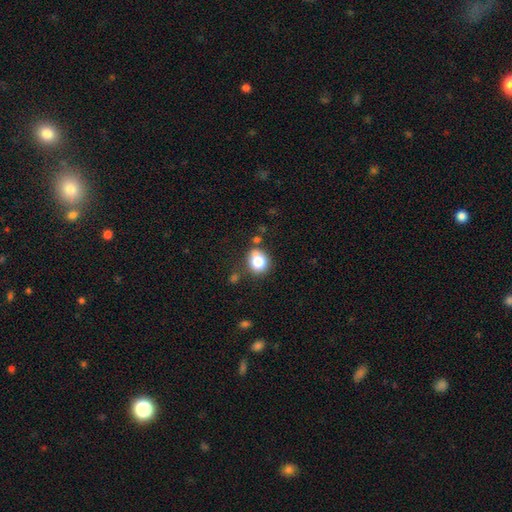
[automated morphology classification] smooth_or_featured: smooth (p=0.77) [alt: featured or disk p=0.12]
how_rounded: round (p=0.71) [alt: in between p=0.28]
merging: none (p=0.66) [alt: minor disturbance p=0.18]